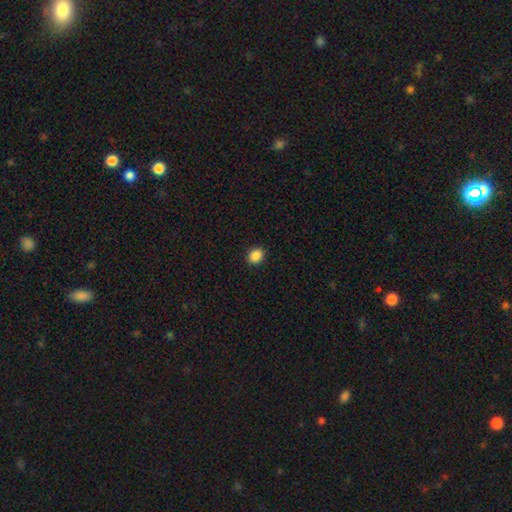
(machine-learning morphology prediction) A smooth galaxy with no disk features (87%) that is round (67%). Merging: none (91%).